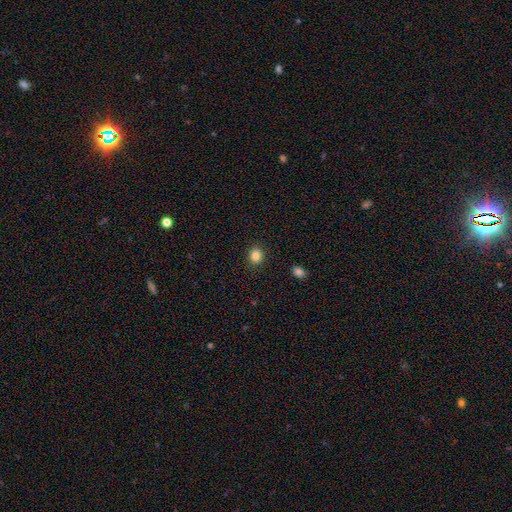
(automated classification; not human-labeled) smooth_or_featured: smooth (p=0.84) [alt: star or artifact p=0.11]
how_rounded: round (p=0.70) [alt: in between p=0.29]
merging: none (p=0.91) [alt: minor disturbance p=0.06]